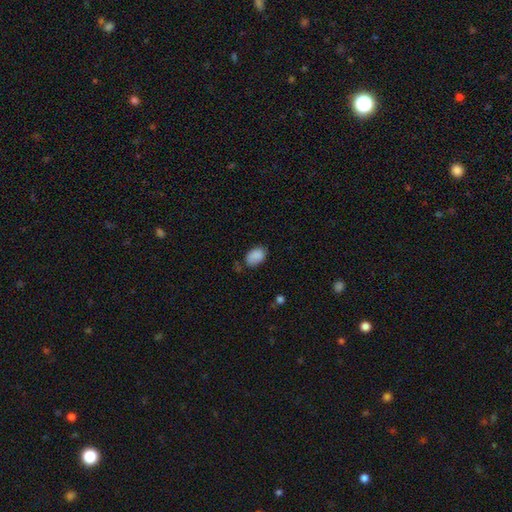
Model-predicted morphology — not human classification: Smooth or featured?
  - smooth: 87% *
  - star or artifact: 8%
  - featured or disk: 5%
How rounded?
  - in between: 86% *
  - round: 12%
  - cigar-shaped: 1%
Merging?
  - none: 67% *
  - minor disturbance: 24%
  - major disturbance: 5%
  - merger: 3%